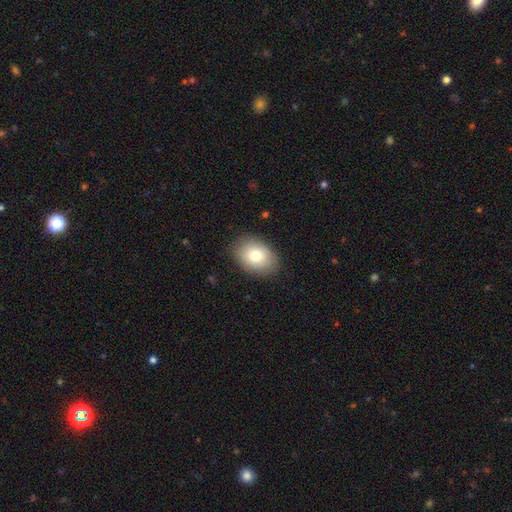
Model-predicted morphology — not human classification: smooth_or_featured: smooth (p=0.79) [alt: featured or disk p=0.13]
how_rounded: in between (p=0.76) [alt: round p=0.23]
merging: none (p=0.86) [alt: minor disturbance p=0.10]